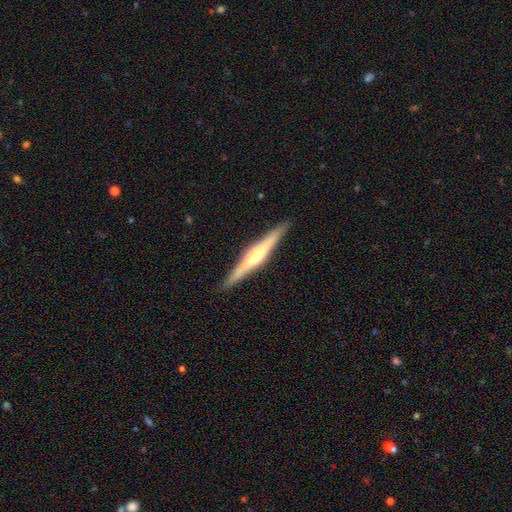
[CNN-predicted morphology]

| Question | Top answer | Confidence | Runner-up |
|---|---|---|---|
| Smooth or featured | featured or disk | 75% | smooth (19%) |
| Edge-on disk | yes | 98% | no (2%) |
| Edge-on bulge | rounded | 73% | boxy (17%) |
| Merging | none | 91% | minor disturbance (6%) |